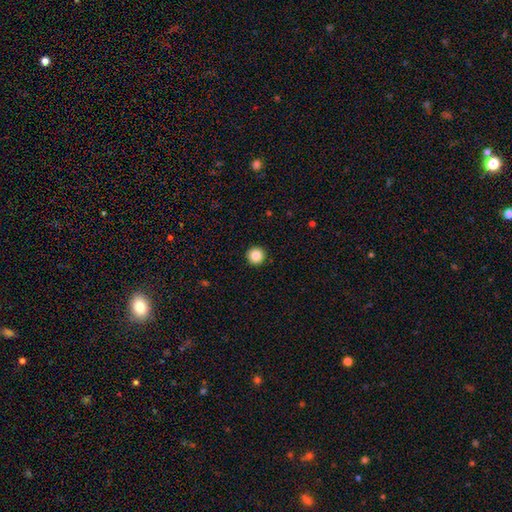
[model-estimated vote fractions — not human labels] A smooth galaxy with no disk features (85%) that is round (97%). Merging: none (94%).